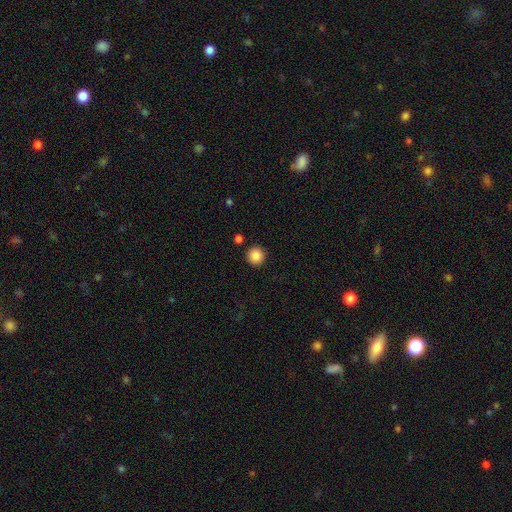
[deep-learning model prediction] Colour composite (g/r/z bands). It shows a smooth galaxy with no disk features (87%) that is round (94%). Merging: none (91%).